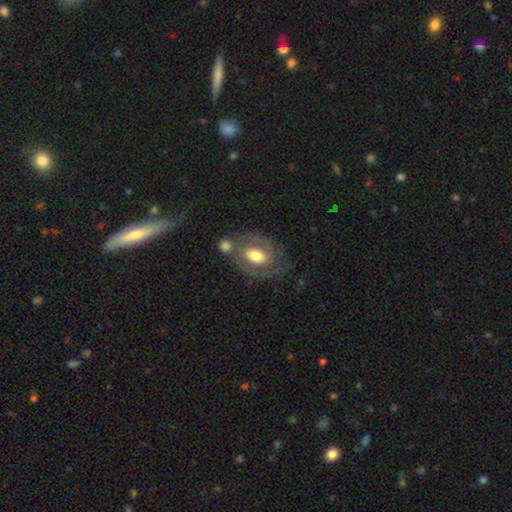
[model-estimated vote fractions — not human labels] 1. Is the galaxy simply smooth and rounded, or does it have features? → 58% featured or disk, 35% smooth, 7% star or artifact.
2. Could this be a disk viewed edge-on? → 95% no, 5% yes.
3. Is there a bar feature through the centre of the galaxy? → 57% no, 31% weak, 12% strong.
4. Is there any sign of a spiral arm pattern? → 66% yes, 34% no.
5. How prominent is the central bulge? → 58% moderate, 30% large, 8% small, 2% dominant, 1% none.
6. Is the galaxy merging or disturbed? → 51% none, 20% merger, 18% minor disturbance, 11% major disturbance.